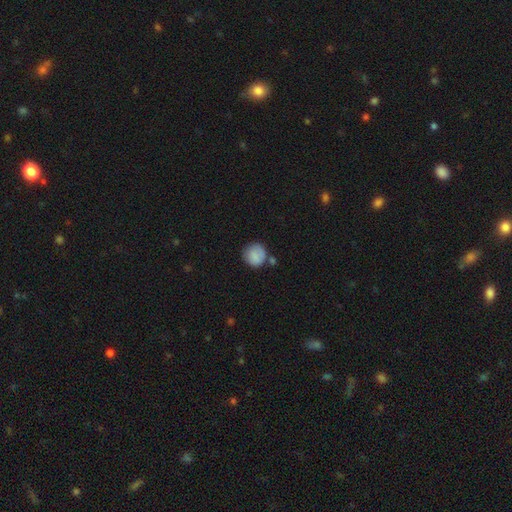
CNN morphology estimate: Smooth or featured?
  - smooth: 84% *
  - featured or disk: 9%
  - star or artifact: 7%
How rounded?
  - round: 89% *
  - in between: 10%
  - cigar-shaped: 1%
Merging?
  - none: 66% *
  - minor disturbance: 18%
  - merger: 12%
  - major disturbance: 5%